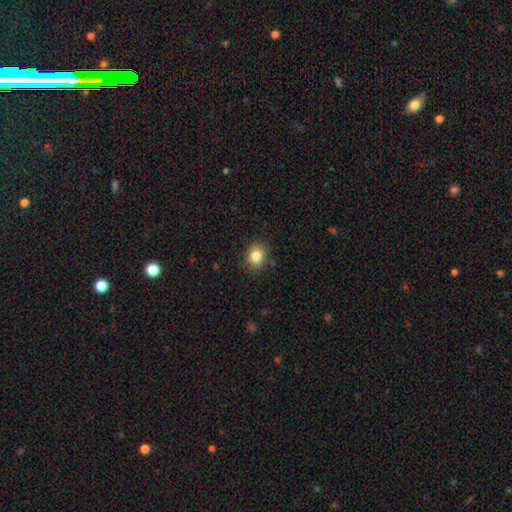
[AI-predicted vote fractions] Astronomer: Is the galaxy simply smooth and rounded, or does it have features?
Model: smooth — 83%.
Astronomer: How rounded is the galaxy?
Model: round — 53% (runner-up: in between, 46%).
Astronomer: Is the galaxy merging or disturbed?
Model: none — 87%.